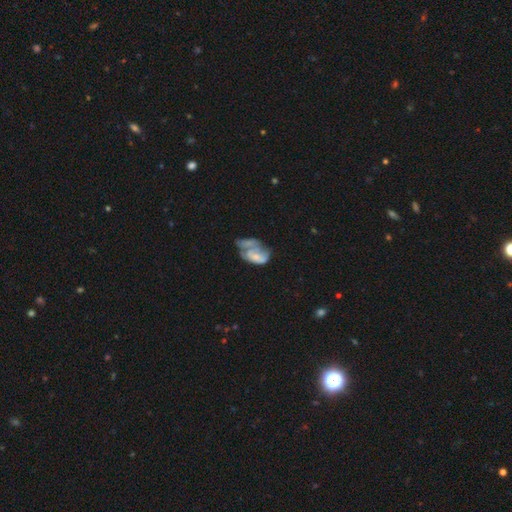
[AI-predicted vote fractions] smooth_or_featured: featured or disk (p=0.48) [alt: smooth p=0.43]
merging: major disturbance (p=0.33) [alt: merger p=0.32]